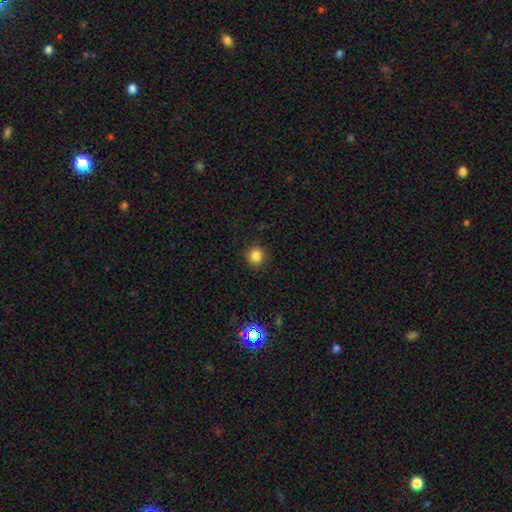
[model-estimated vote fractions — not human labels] A smooth galaxy with no disk features (84%) that is round (93%). Merging: none (90%).